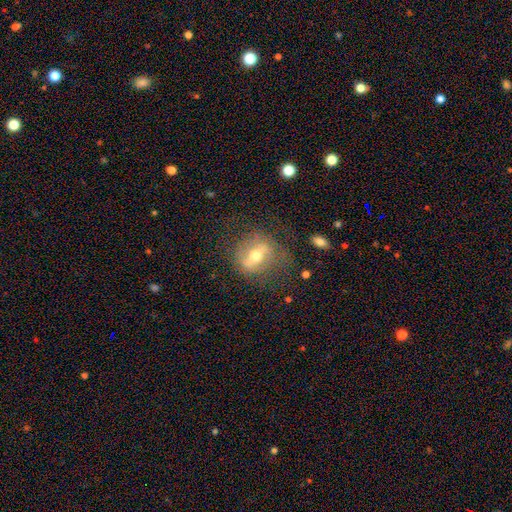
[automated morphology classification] A featured or disk galaxy (61%) with a strong bar (49%), no spiral arms (51%) and a moderate central bulge (65%).

Vote fractions:
- Smooth or featured? featured or disk: 61% / smooth: 30% / star or artifact: 9%
- Edge-on disk? no: 87% / yes: 13%
- Bar? strong: 49% / weak: 32% / no: 19%
- Spiral arms? no: 51% / yes: 49%
- Bulge size? moderate: 65% / small: 28% / large: 5% / dominant: 1% / none: 1%
- Merging? none: 65% / minor disturbance: 19% / major disturbance: 13% / merger: 2%